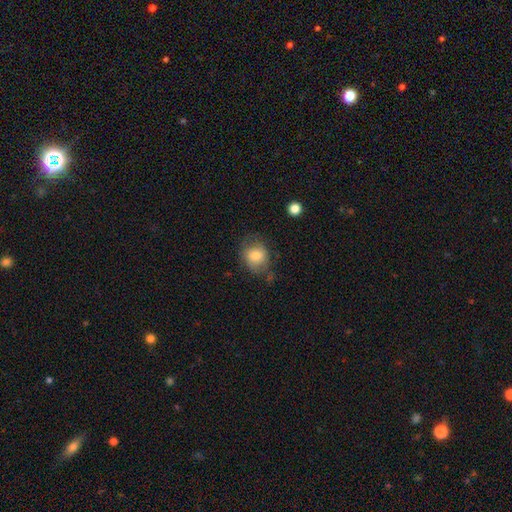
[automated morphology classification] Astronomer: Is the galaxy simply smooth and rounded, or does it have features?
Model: smooth — 76%.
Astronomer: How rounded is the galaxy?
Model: round — 70%.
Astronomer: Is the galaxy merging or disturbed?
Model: none — 64%.